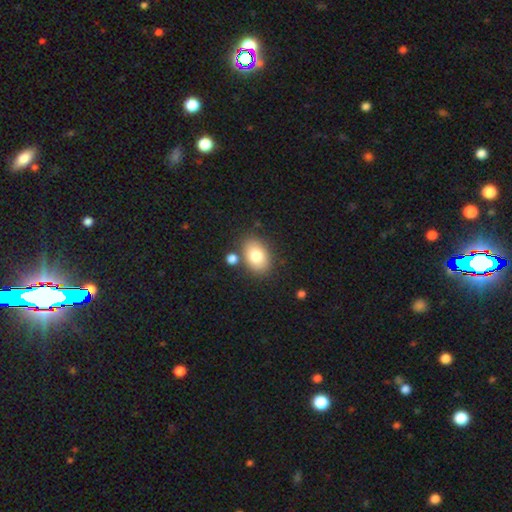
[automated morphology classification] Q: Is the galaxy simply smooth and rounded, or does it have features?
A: smooth — 80%.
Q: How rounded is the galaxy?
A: in between — 82%.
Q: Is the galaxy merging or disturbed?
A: none — 77%.